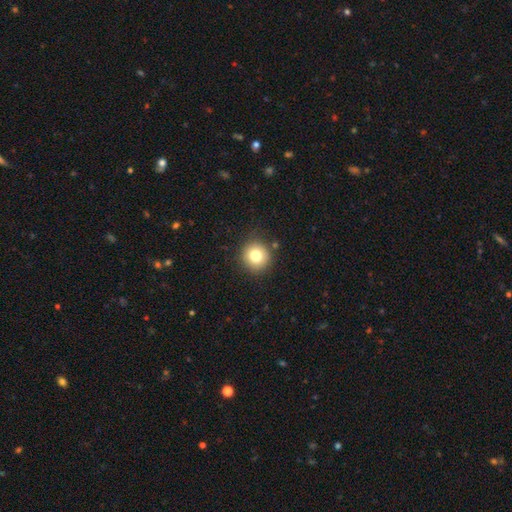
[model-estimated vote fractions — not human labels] The model was most divided on "smooth or featured": smooth: 78%, star or artifact: 11%, featured or disk: 11%. More confident: how rounded — round (93%); merging — none (87%).